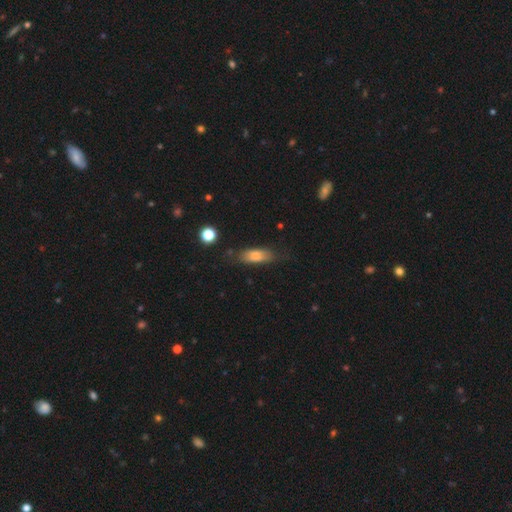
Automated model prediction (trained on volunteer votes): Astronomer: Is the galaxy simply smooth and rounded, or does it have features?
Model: smooth — 78%.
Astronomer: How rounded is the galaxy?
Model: in between — 66%.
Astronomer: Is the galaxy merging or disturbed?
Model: none — 69%.